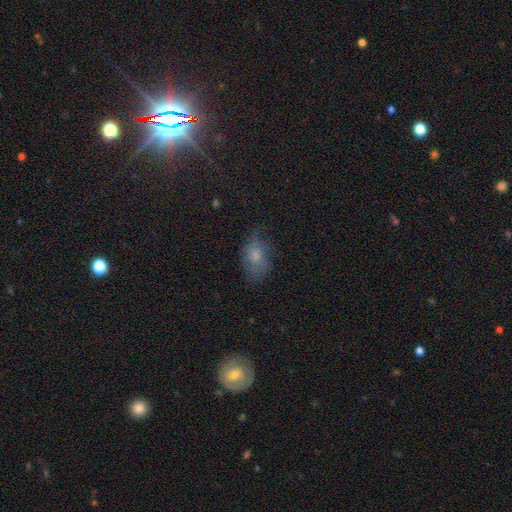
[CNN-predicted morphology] Smooth or featured?
  - smooth: 68% *
  - featured or disk: 21%
  - star or artifact: 11%
How rounded?
  - in between: 83% *
  - round: 15%
  - cigar-shaped: 2%
Merging?
  - none: 53% *
  - minor disturbance: 29%
  - major disturbance: 16%
  - merger: 2%